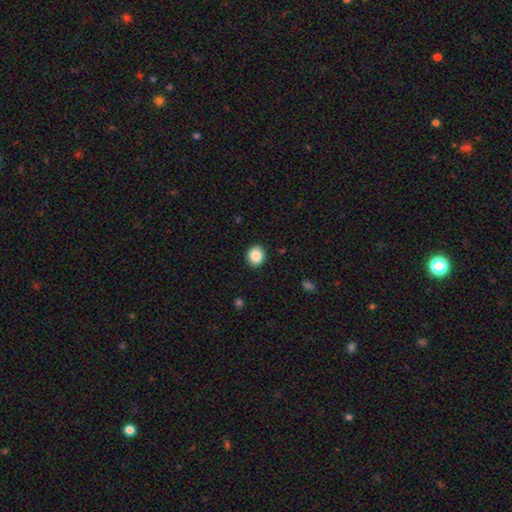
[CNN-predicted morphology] Smooth or featured: smooth — 87% (star or artifact — 9%)
How rounded: round — 76% (in between — 23%)
Merging: none — 91% (minor disturbance — 6%)